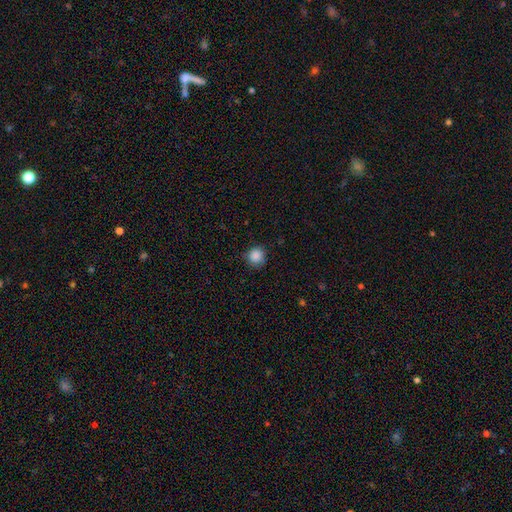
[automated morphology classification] Overall: smooth (87%). How rounded: round (90%). Merging: none (77%).